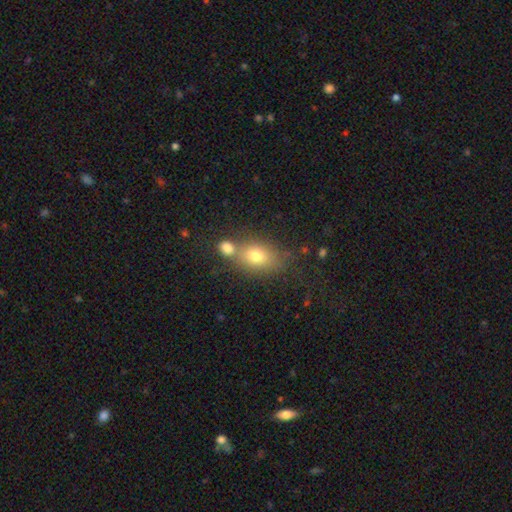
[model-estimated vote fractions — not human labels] A smooth galaxy with no disk features (74%) that is in between round and cigar-shaped (71%). Merging: none (46%).